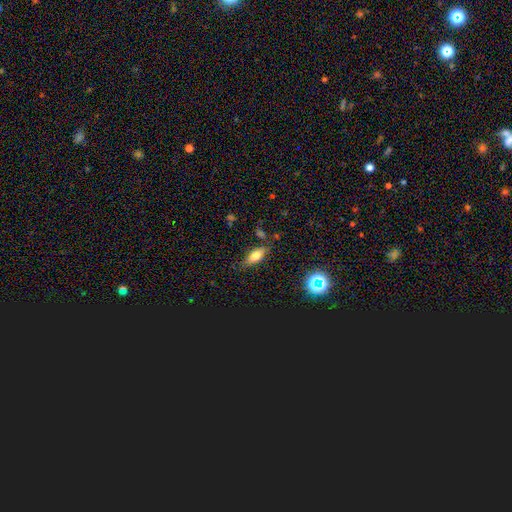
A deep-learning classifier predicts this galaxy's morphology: type=smooth (69%); roundness=in between (74%); merging=none (77%).